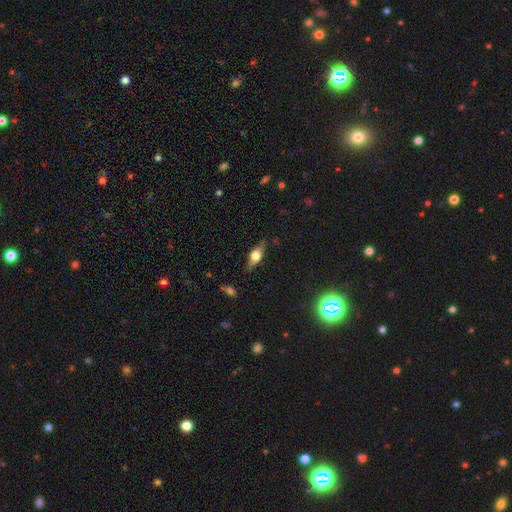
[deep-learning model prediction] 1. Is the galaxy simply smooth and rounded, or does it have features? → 49% featured or disk, 43% smooth, 8% star or artifact.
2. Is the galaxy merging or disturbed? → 79% none, 15% minor disturbance, 4% major disturbance, 1% merger.